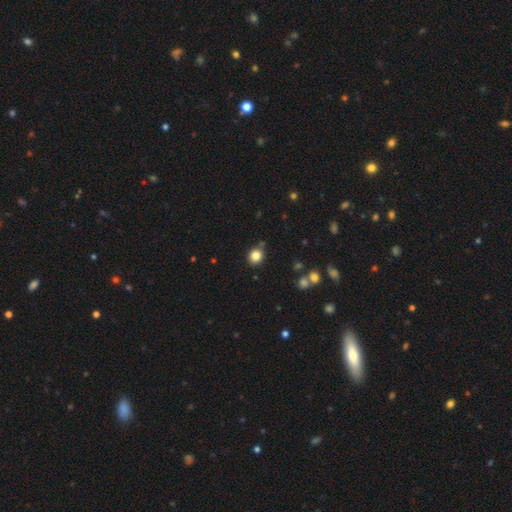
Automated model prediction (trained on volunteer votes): Overall: smooth (83%). How rounded: round (79%). Merging: none (83%).